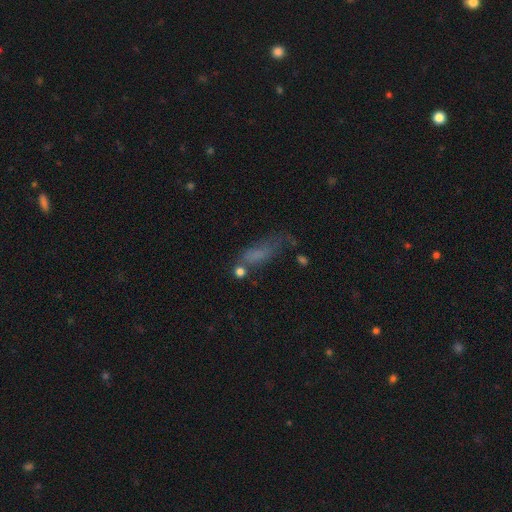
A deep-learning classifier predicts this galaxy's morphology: Smooth or featured? smooth (62%)
How rounded? in between (57%)
Merging? none (37%)